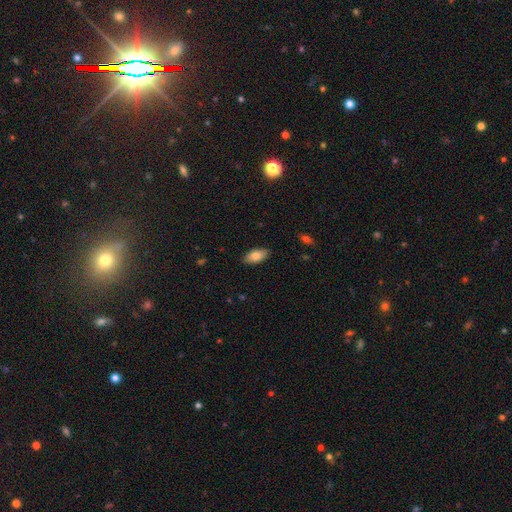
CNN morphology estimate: smooth 81%, featured or disk 12%, star or artifact 7%. Down the decision tree: how rounded — in between (92%); merging — none (87%).